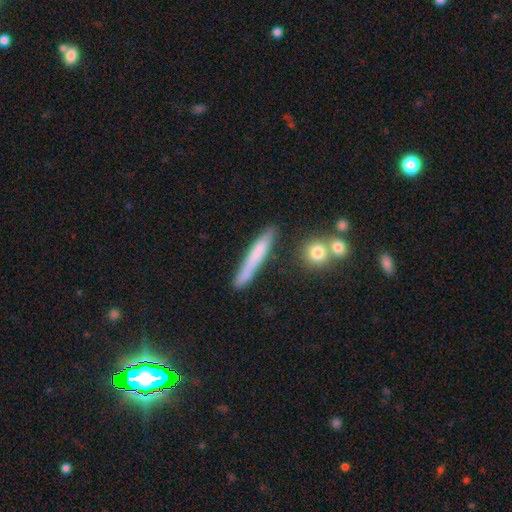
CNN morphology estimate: smooth-or-featured: smooth: 66% | featured or disk: 27% | star or artifact: 8%
  how-rounded: cigar-shaped: 94% | in between: 4% | round: 2%
  merging: none: 78% | minor disturbance: 15% | merger: 4% | major disturbance: 3%